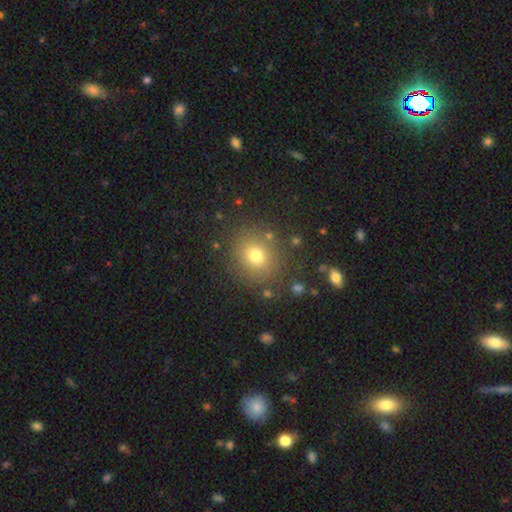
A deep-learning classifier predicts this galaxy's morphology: This is likely a smooth galaxy (74%). How rounded: clearly round (81%). Merging: clearly none (84%).